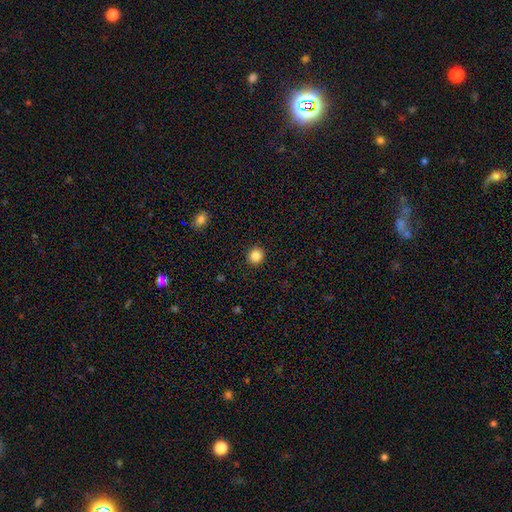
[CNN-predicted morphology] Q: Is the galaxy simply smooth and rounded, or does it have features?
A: smooth — 86%.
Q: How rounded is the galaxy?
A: round — 89%.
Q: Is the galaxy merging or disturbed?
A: none — 92%.